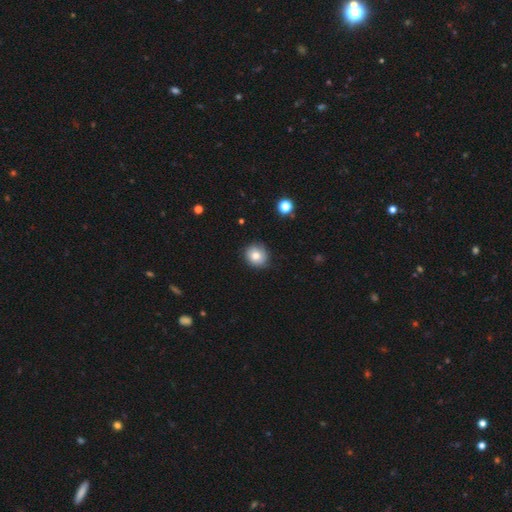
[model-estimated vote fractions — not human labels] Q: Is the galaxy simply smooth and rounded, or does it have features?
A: smooth — 76%.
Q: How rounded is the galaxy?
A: round — 83%.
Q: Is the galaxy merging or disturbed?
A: none — 80%.